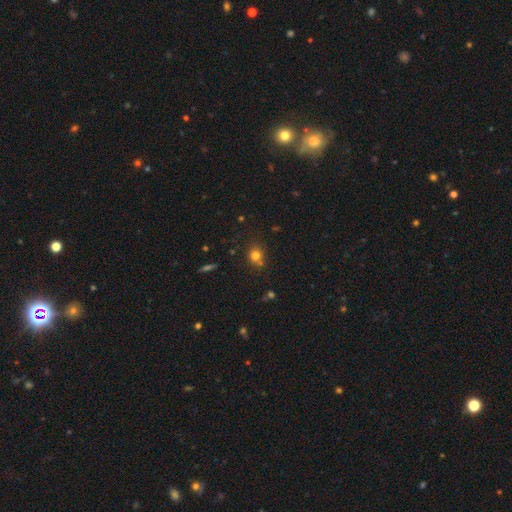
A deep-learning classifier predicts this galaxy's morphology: The model was most divided on "merging": none: 69%, merger: 14%, minor disturbance: 13%, major disturbance: 4%. More confident: how rounded — round (80%); smooth or featured — smooth (75%).